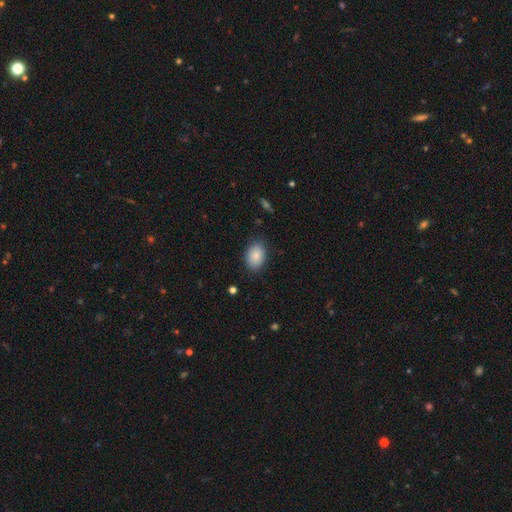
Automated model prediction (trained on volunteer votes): A smooth galaxy with no disk features (86%) that is in between round and cigar-shaped (80%).

Vote fractions:
- Smooth or featured? smooth: 86% / star or artifact: 8% / featured or disk: 7%
- How rounded? in between: 80% / round: 19% / cigar-shaped: 1%
- Merging? none: 82% / minor disturbance: 14% / major disturbance: 3% / merger: 1%